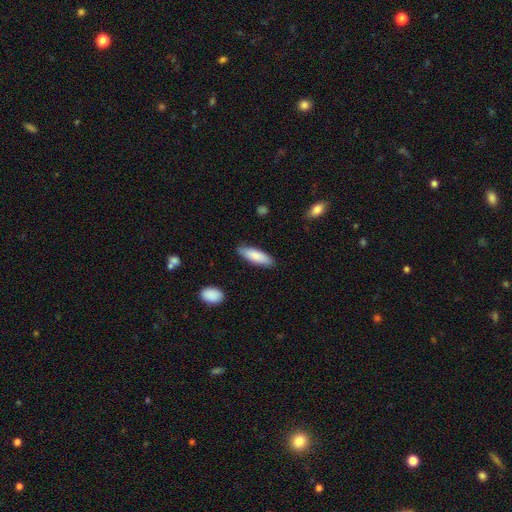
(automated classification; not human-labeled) This is clearly a smooth galaxy (85%). How rounded: possibly in between (55%). Merging: clearly none (84%).